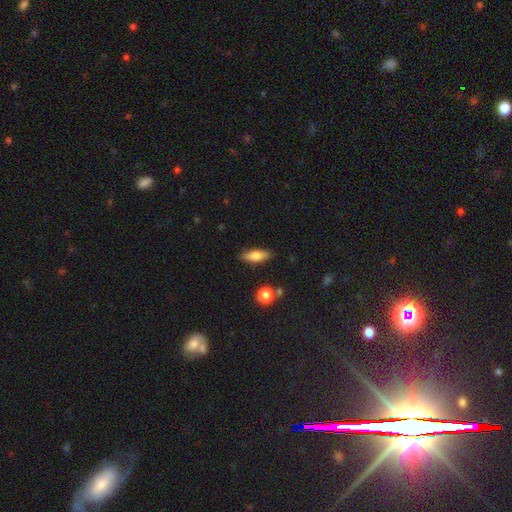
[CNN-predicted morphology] type=smooth (75%); roundness=in between (63%); merging=none (85%).